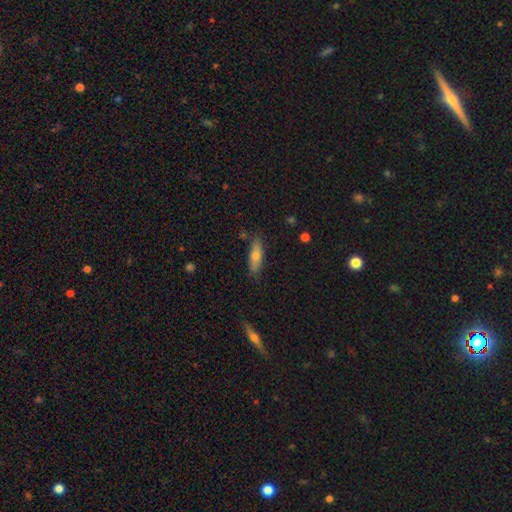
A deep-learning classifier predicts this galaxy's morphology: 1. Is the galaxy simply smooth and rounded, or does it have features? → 62% smooth, 31% featured or disk, 8% star or artifact.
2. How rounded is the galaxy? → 56% cigar-shaped, 42% in between, 3% round.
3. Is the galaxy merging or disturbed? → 83% none, 13% minor disturbance, 2% major disturbance, 2% merger.